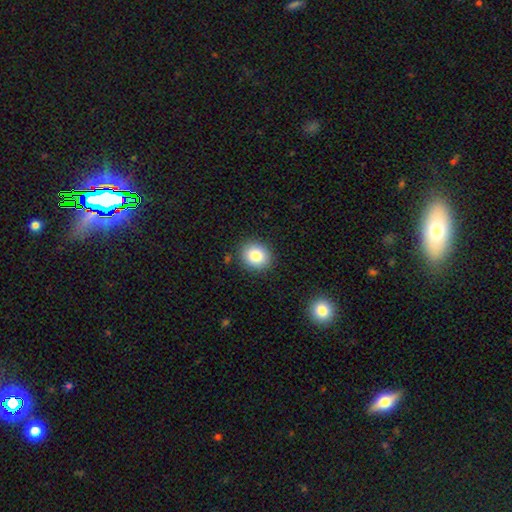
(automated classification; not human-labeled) smooth 82%, star or artifact 10%, featured or disk 8%. Down the decision tree: how rounded — round (74%); merging — none (88%).